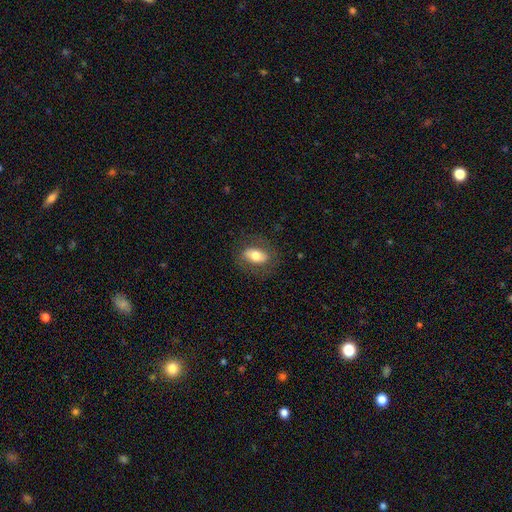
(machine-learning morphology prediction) Q: Smooth or featured?
A: smooth (66%); runner-up: featured or disk (27%)
Q: How rounded?
A: in between (87%); runner-up: round (10%)
Q: Merging?
A: none (78%); runner-up: minor disturbance (14%)